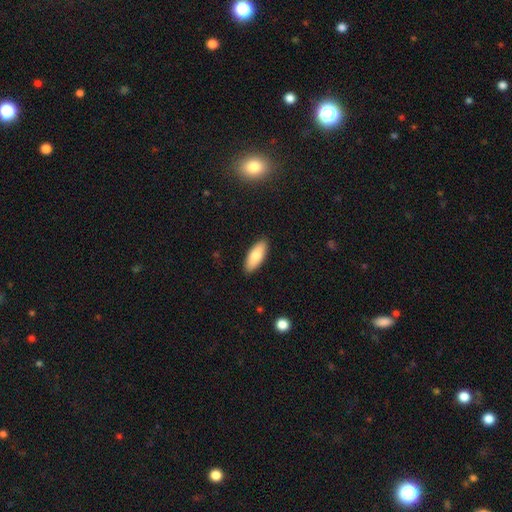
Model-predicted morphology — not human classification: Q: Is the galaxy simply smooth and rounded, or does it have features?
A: smooth — 81%.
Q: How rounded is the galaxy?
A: in between — 77%.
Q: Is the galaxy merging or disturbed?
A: none — 89%.